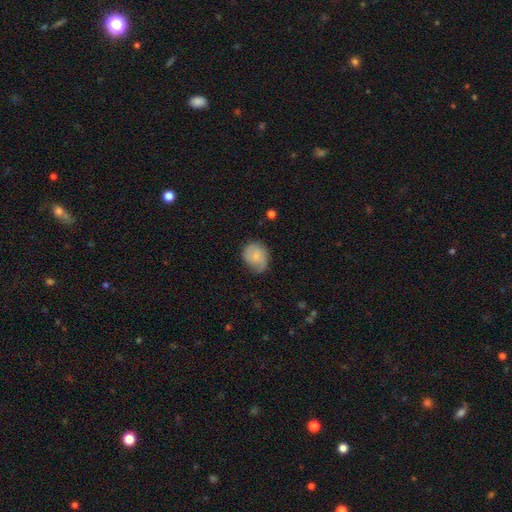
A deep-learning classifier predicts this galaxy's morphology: smooth_or_featured: smooth (p=0.65) [alt: featured or disk p=0.28]
how_rounded: round (p=0.63) [alt: in between p=0.36]
merging: none (p=0.55) [alt: minor disturbance p=0.32]